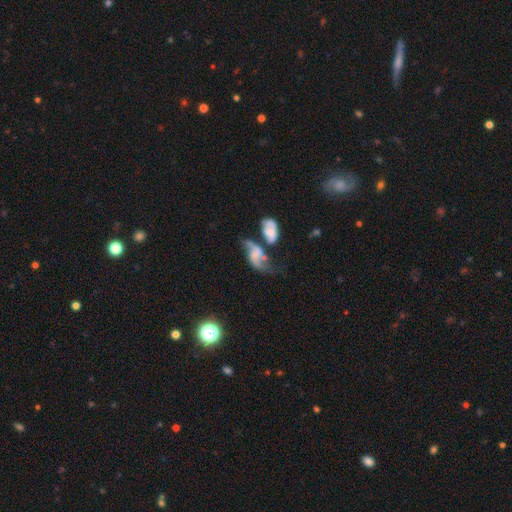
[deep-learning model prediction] smooth-or-featured: featured or disk: 71% | smooth: 21% | star or artifact: 9%
  disk-edge-on: no: 95% | yes: 5%
    bar: no: 55% | weak: 34% | strong: 11%
    has-spiral-arms: yes: 87% | no: 13%
      spiral-winding: loose: 74% | medium: 20% | tight: 6%
      spiral-arm-count: 2: 84% | 1: 7% | can't tell: 6% | 3: 1% | 4: 1% | more than 4: 1%
    bulge-size: none: 45% | small: 25% | moderate: 19% | large: 8% | dominant: 2%
  merging: merger: 44% | none: 24% | major disturbance: 18% | minor disturbance: 14%